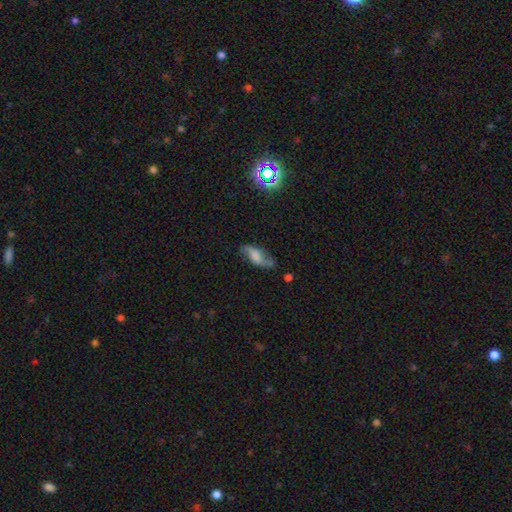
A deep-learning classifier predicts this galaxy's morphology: The model was most divided on "smooth or featured": featured or disk: 48%, smooth: 42%, star or artifact: 11%. More confident: merging — none (63%).